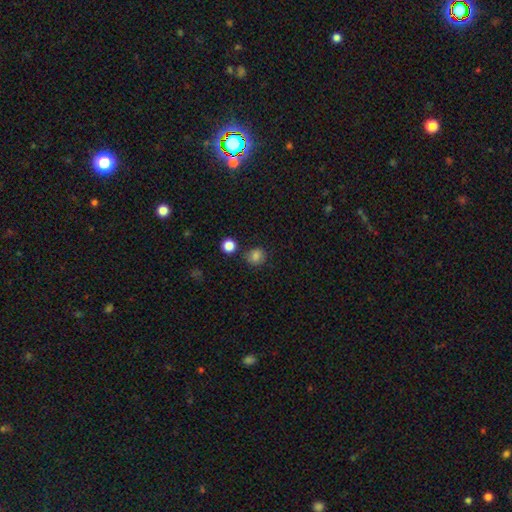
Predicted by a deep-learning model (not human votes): The model was most divided on "merging": none: 80%, minor disturbance: 11%, merger: 6%, major disturbance: 3%. More confident: how rounded — round (85%); smooth or featured — smooth (83%).